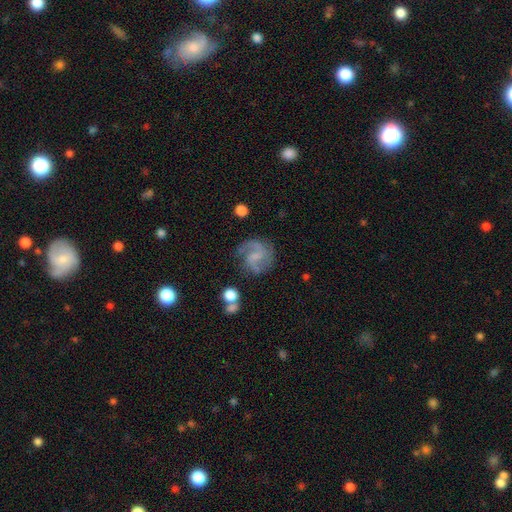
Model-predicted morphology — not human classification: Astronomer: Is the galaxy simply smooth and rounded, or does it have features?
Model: featured or disk — 77%.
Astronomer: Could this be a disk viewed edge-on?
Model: no — 98%.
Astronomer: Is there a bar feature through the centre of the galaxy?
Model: weak — 49% (runner-up: no, 40%).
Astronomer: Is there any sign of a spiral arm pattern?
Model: yes — 94%.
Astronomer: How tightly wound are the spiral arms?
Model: medium — 52% (runner-up: loose, 29%).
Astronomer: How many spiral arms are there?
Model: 2 — 82%.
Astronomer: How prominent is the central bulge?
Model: small — 43% (runner-up: none, 35%).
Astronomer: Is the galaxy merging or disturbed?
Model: none — 67%.